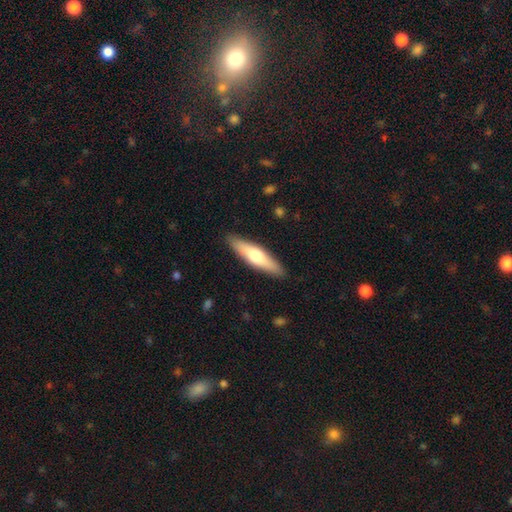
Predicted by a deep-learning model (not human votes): Overall: smooth (57%; featured or disk 38%). How rounded: cigar-shaped (75%). Merging: none (89%).